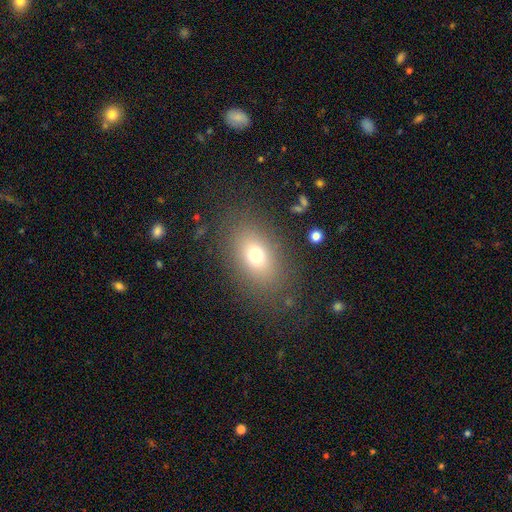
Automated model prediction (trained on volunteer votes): Smooth or featured?
  - smooth: 71% *
  - featured or disk: 15%
  - star or artifact: 14%
How rounded?
  - in between: 78% *
  - round: 20%
  - cigar-shaped: 2%
Merging?
  - none: 81% *
  - minor disturbance: 11%
  - major disturbance: 7%
  - merger: 2%